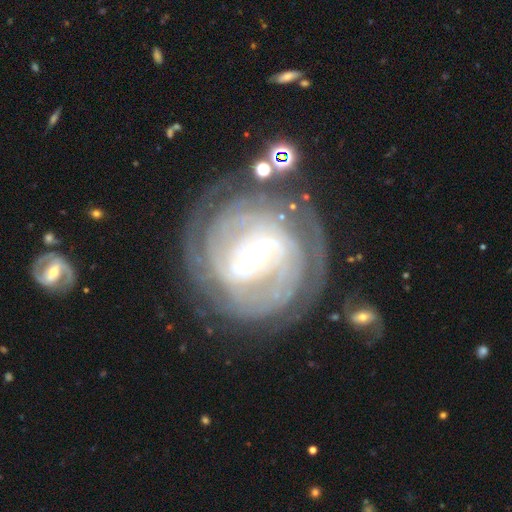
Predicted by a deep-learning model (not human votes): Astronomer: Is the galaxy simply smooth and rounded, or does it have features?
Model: featured or disk — 89%.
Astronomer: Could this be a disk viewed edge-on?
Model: no — 96%.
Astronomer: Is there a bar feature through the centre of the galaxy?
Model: strong — 64%.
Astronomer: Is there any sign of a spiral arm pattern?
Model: yes — 95%.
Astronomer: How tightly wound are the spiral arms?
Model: tight — 79%.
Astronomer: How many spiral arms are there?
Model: can't tell — 28% (runner-up: 2, 22%).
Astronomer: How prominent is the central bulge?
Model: moderate — 63%.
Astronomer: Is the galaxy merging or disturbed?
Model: none — 78%.